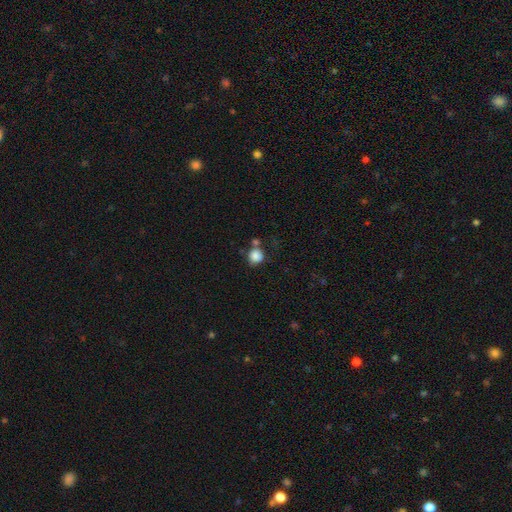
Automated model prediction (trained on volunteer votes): Smooth or featured?
  - smooth: 86% *
  - star or artifact: 10%
  - featured or disk: 4%
How rounded?
  - round: 88% *
  - in between: 11%
  - cigar-shaped: 1%
Merging?
  - none: 62% *
  - merger: 17%
  - minor disturbance: 15%
  - major disturbance: 6%